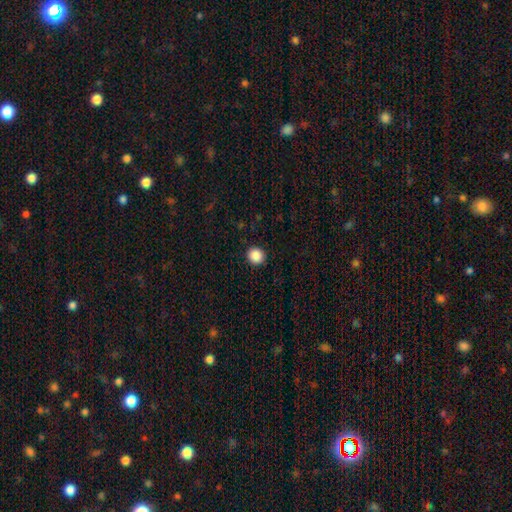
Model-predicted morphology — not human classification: Smooth or featured?
  - smooth: 88% *
  - star or artifact: 9%
  - featured or disk: 2%
How rounded?
  - round: 88% *
  - in between: 11%
  - cigar-shaped: 1%
Merging?
  - none: 92% *
  - minor disturbance: 5%
  - major disturbance: 2%
  - merger: 1%